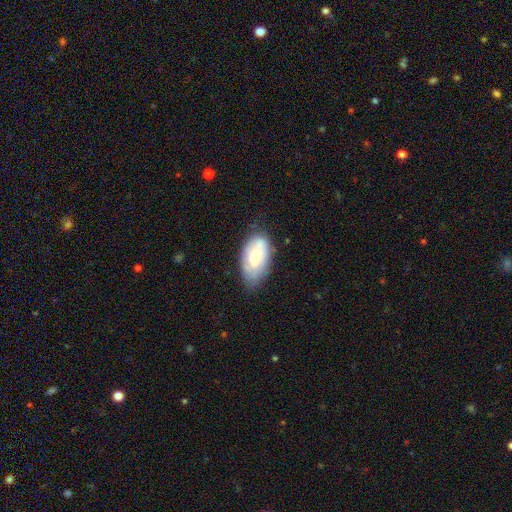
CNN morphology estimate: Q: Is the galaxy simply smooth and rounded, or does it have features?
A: smooth — 54%.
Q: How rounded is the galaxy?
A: in between — 93%.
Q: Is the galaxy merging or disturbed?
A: none — 60%.